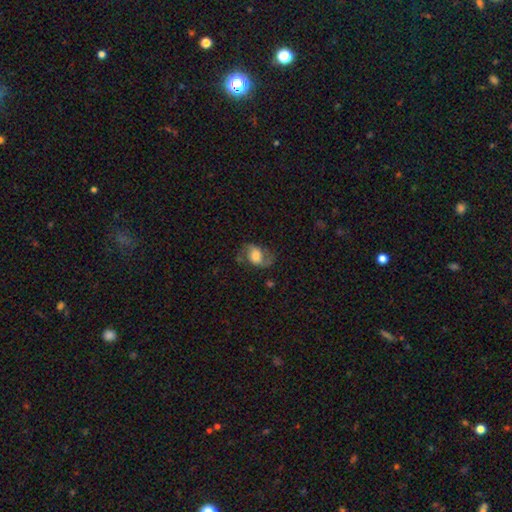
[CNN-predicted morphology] smooth_or_featured: featured or disk (p=0.58) [alt: smooth p=0.33]
disk_edge_on: no (p=0.96) [alt: yes p=0.04]
bar: no (p=0.46) [alt: weak p=0.39]
has_spiral_arms: yes (p=0.86) [alt: no p=0.14]
bulge_size: moderate (p=0.39) [alt: large p=0.32]
merging: none (p=0.64) [alt: minor disturbance p=0.20]